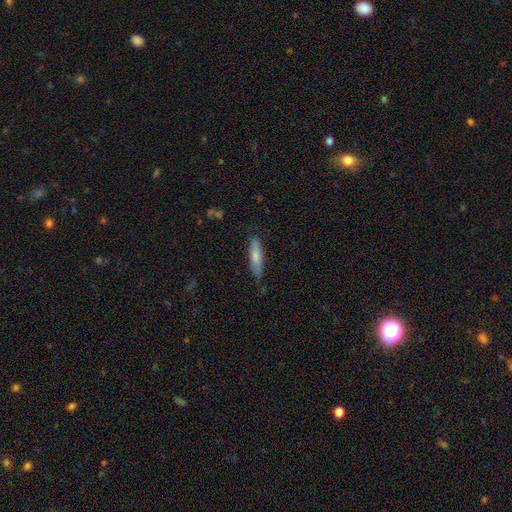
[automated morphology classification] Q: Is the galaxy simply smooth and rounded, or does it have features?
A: smooth — 75%.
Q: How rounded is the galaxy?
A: cigar-shaped — 73%.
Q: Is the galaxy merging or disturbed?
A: none — 79%.